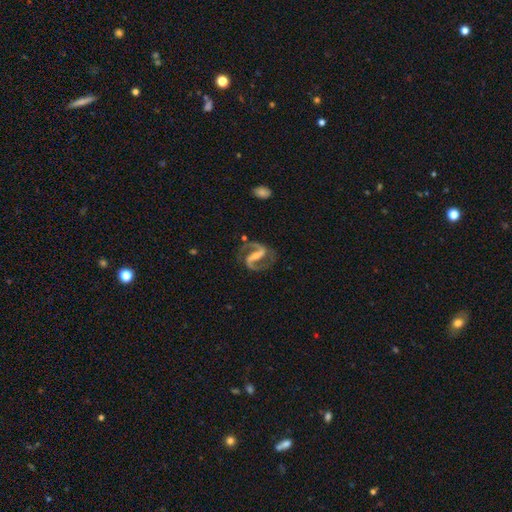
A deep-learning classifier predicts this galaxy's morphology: featured or disk 92%, star or artifact 4%, smooth 3%. Down the decision tree: edge-on disk — no (98%); bar — strong (60%); spiral arms — yes (98%); spiral arm count — 2 (94%); spiral winding — medium (63%); bulge size — small (52%); merging — none (80%).